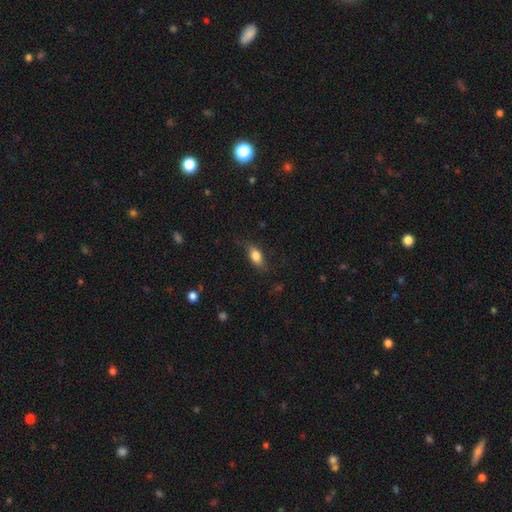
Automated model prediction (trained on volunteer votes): Morphology: type=smooth (78%); roundness=in between (81%); merging=none (73%).